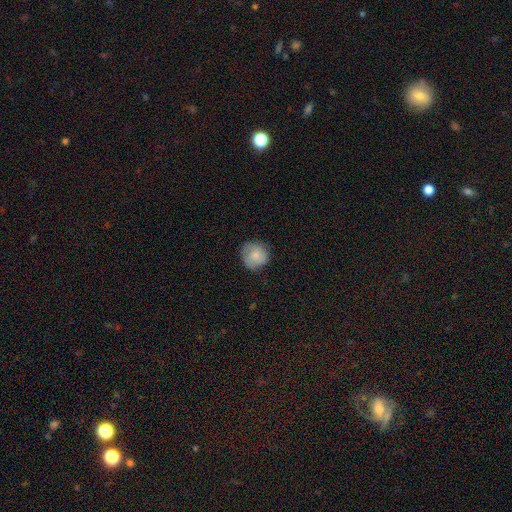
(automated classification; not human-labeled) Overall: smooth (76%). How rounded: round (90%). Merging: none (73%).